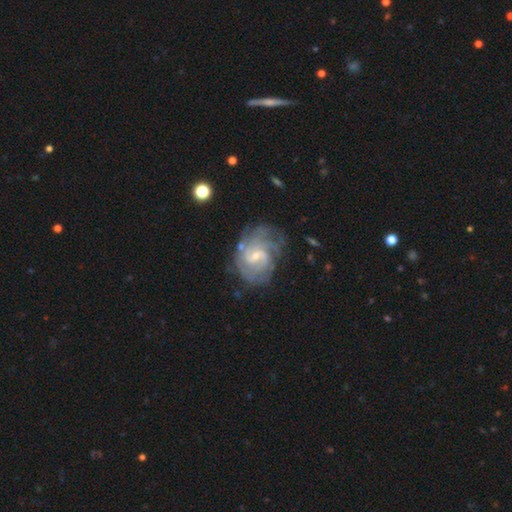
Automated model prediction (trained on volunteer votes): Q: Smooth or featured?
A: featured or disk (82%); runner-up: smooth (11%)
Q: Edge-on disk?
A: no (98%); runner-up: yes (2%)
Q: Bar?
A: weak (58%); runner-up: no (31%)
Q: Spiral arms?
A: yes (91%); runner-up: no (9%)
Q: Spiral winding?
A: tight (51%); runner-up: medium (37%)
Q: Spiral arm count?
A: can't tell (41%); runner-up: 2 (22%)
Q: Bulge size?
A: small (68%); runner-up: moderate (25%)
Q: Merging?
A: none (58%); runner-up: minor disturbance (23%)